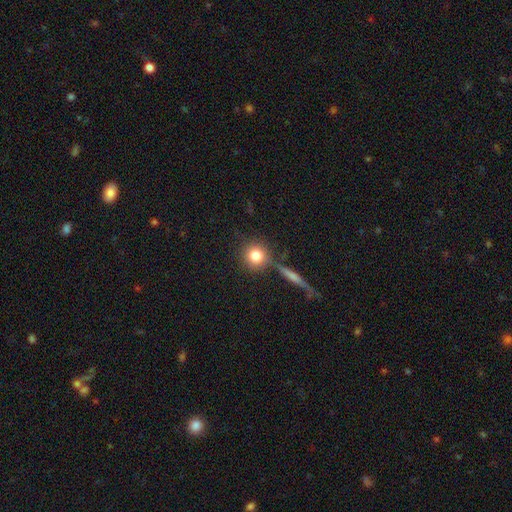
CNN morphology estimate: smooth 79%, star or artifact 11%, featured or disk 10%. Down the decision tree: how rounded — round (91%); merging — none (74%).